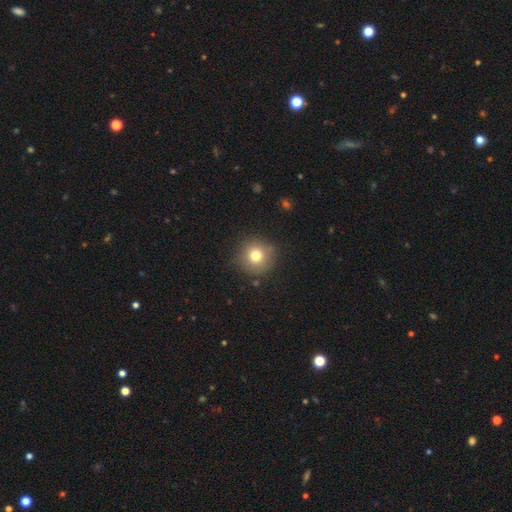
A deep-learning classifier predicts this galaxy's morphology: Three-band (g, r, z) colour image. It shows a smooth galaxy with no disk features (75%) that is round (95%). Merging: none (87%).